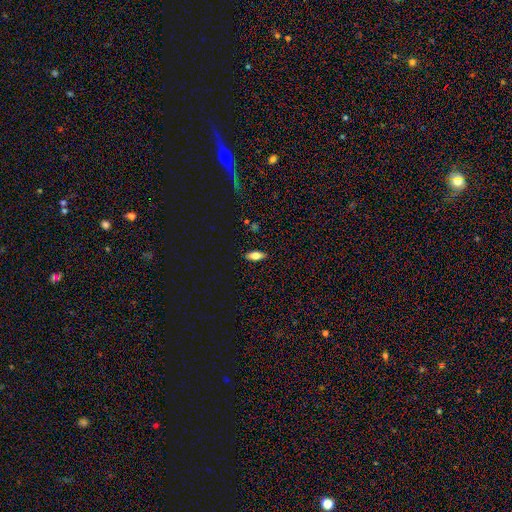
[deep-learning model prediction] Morphology: type=smooth (71%); roundness=in between (81%); merging=none (87%).